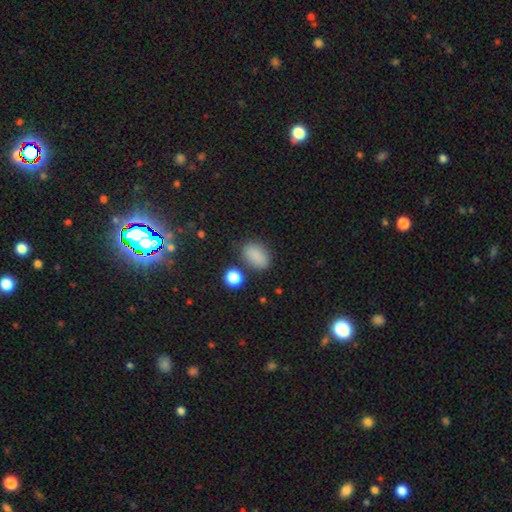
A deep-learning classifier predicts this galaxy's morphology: Smooth or featured: smooth — 84% (star or artifact — 11%)
How rounded: in between — 83% (round — 15%)
Merging: none — 75% (minor disturbance — 15%)